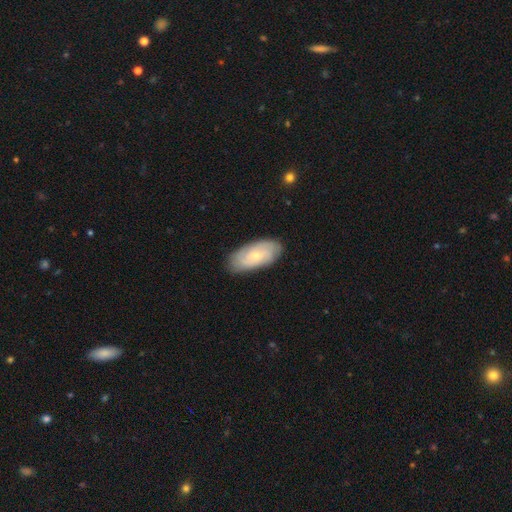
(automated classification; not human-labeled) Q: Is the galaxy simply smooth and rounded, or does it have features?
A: featured or disk — 56%.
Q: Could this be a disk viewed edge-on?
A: no — 91%.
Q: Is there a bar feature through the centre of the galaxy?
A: no — 72%.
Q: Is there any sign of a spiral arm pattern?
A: yes — 84%.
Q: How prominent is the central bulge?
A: small — 70%.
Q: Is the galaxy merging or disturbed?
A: none — 83%.